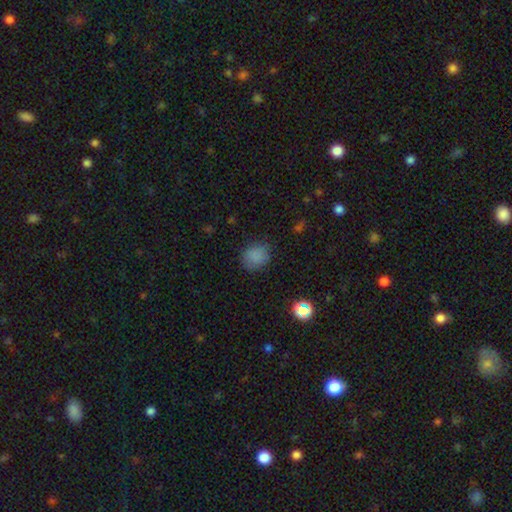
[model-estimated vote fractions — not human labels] This appears to be a smooth galaxy with no disk features (81%) that is round (73%). Merging: none (78%).